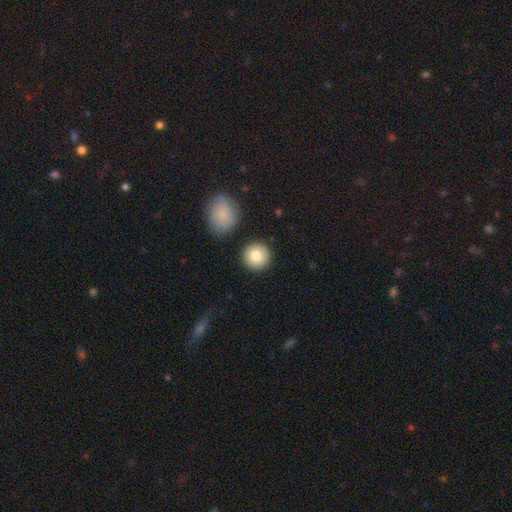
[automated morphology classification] smooth_or_featured: smooth (p=0.83) [alt: featured or disk p=0.10]
how_rounded: round (p=0.94) [alt: in between p=0.05]
merging: none (p=0.87) [alt: minor disturbance p=0.07]